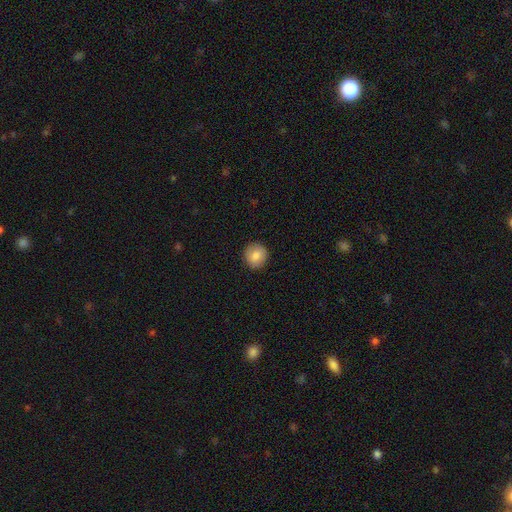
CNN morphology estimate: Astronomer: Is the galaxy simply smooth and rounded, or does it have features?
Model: smooth — 84%.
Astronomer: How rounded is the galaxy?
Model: round — 90%.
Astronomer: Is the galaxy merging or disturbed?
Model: none — 90%.